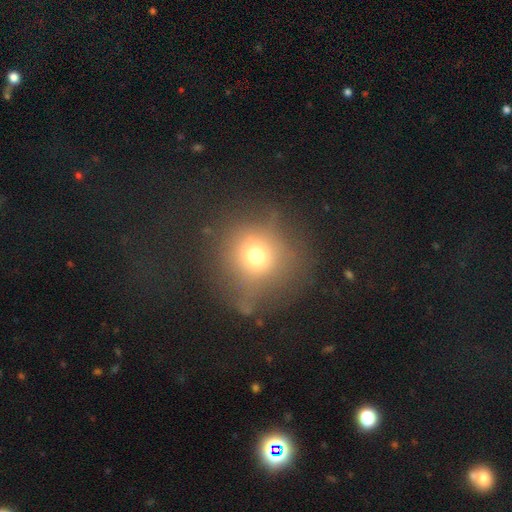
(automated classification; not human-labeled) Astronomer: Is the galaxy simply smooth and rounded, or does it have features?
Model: smooth — 65%.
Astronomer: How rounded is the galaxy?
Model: round — 89%.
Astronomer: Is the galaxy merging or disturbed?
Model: none — 61%.